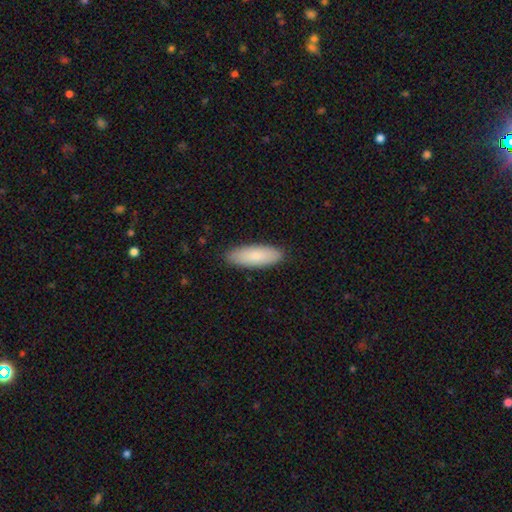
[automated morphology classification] type=smooth (86%); roundness=in between (62%); merging=none (89%).